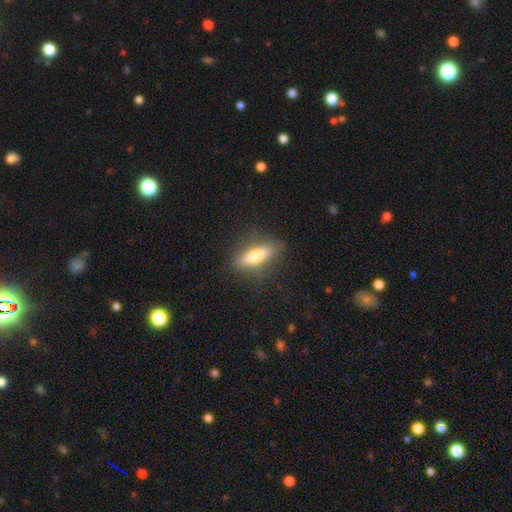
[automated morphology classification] A smooth galaxy with no disk features (60%) that is cigar-shaped (49%).

Vote fractions:
- Smooth or featured? smooth: 60% / featured or disk: 33% / star or artifact: 7%
- How rounded? cigar-shaped: 49% / in between: 48% / round: 3%
- Merging? none: 84% / minor disturbance: 11% / major disturbance: 4% / merger: 1%